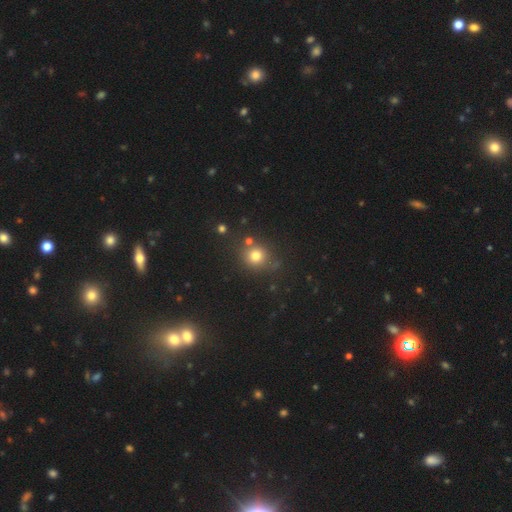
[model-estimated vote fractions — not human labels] Smooth or featured?
  - smooth: 76% *
  - star or artifact: 16%
  - featured or disk: 8%
How rounded?
  - round: 85% *
  - in between: 14%
  - cigar-shaped: 1%
Merging?
  - none: 72% *
  - minor disturbance: 12%
  - merger: 11%
  - major disturbance: 5%